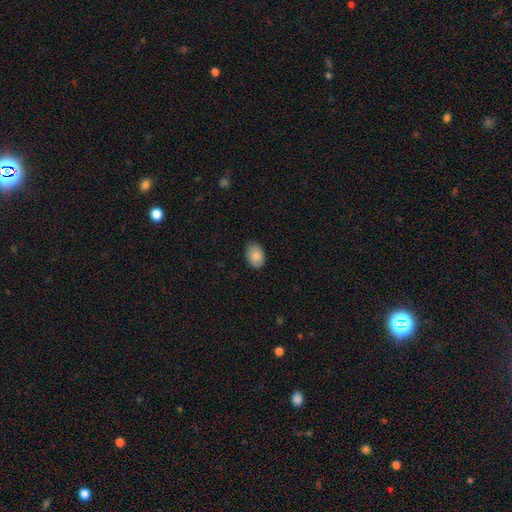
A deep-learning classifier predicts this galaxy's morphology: Smooth or featured?
  - smooth: 85% *
  - featured or disk: 8%
  - star or artifact: 7%
How rounded?
  - in between: 82% *
  - round: 18%
  - cigar-shaped: 1%
Merging?
  - none: 82% *
  - minor disturbance: 14%
  - major disturbance: 2%
  - merger: 1%